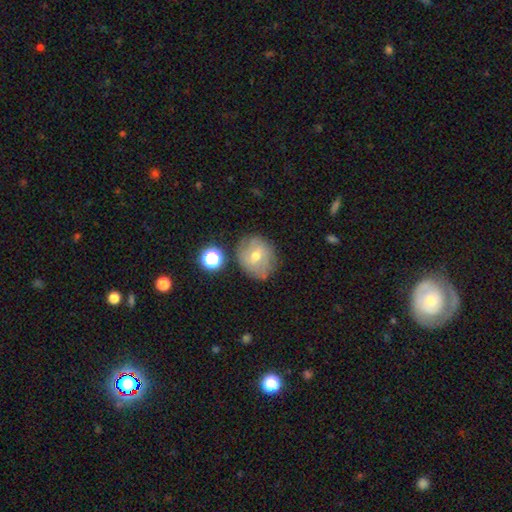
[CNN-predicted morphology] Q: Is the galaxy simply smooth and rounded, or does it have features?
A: smooth — 51%.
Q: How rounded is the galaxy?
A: round — 71%.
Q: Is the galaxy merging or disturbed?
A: none — 69%.